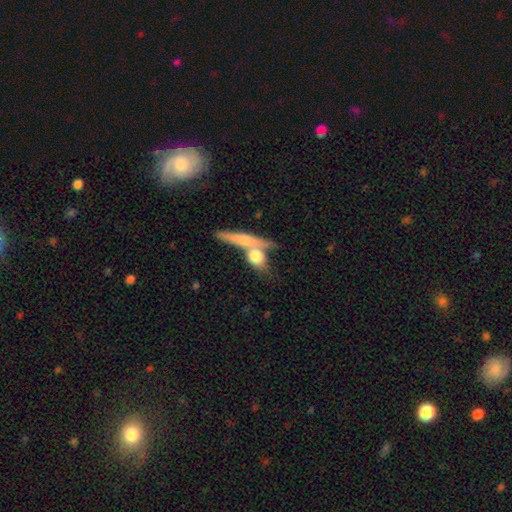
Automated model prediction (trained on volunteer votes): A smooth galaxy with no disk features (67%) that is round (40%). Merging: none (41%).